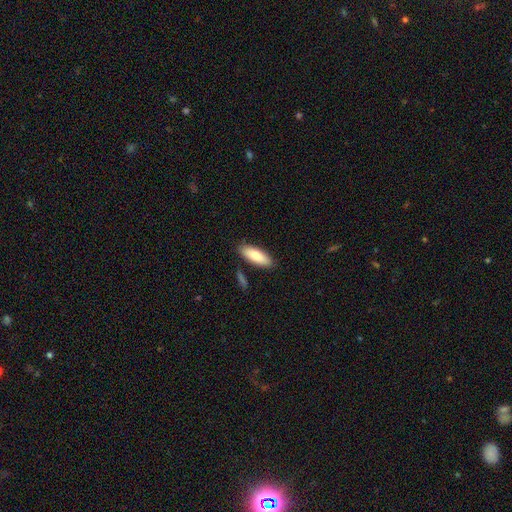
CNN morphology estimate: The model was most divided on "how rounded": in between: 67%, cigar-shaped: 31%, round: 2%. More confident: merging — none (84%); smooth or featured — smooth (80%).